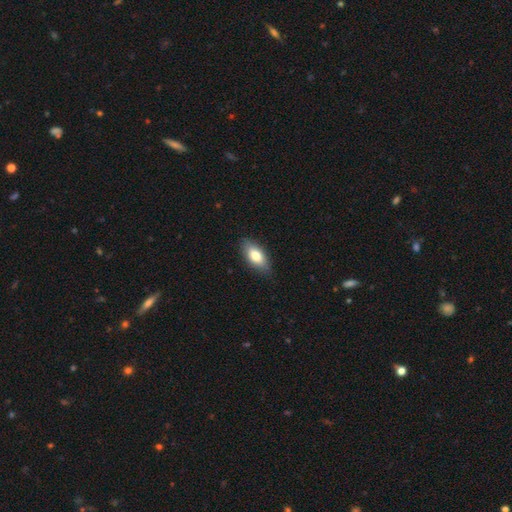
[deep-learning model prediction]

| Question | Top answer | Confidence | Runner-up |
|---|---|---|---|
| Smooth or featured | smooth | 76% | featured or disk (18%) |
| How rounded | in between | 87% | cigar-shaped (10%) |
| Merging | none | 84% | minor disturbance (13%) |